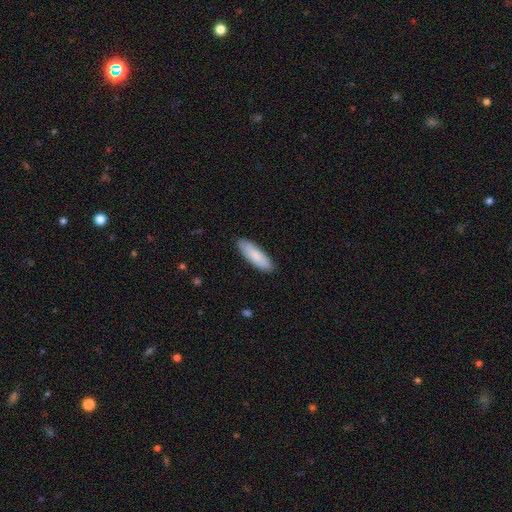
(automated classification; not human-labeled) Smooth or featured? smooth (85%)
How rounded? in between (50%)
Merging? none (88%)